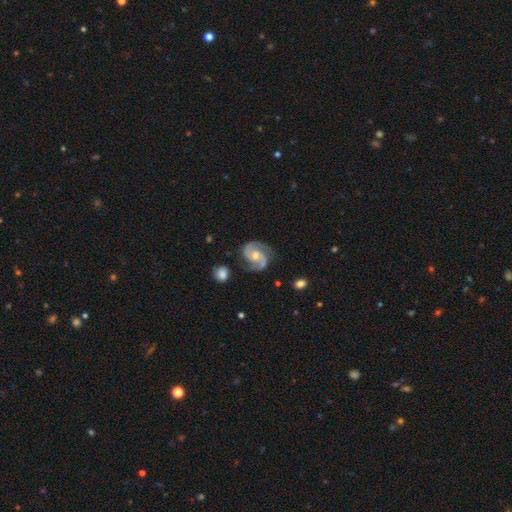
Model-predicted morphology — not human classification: Smooth or featured?
  - featured or disk: 90% *
  - smooth: 5%
  - star or artifact: 5%
Edge-on disk?
  - no: 98% *
  - yes: 2%
Bar?
  - no: 55% *
  - weak: 35%
  - strong: 10%
Spiral arms?
  - yes: 98% *
  - no: 2%
Spiral winding?
  - medium: 57% *
  - tight: 28%
  - loose: 15%
Spiral arm count?
  - 2: 92% *
  - 3: 3%
  - can't tell: 2%
  - 1: 1%
  - 4: 1%
  - more than 4: 1%
Bulge size?
  - moderate: 55% *
  - small: 40%
  - large: 2%
  - none: 2%
  - dominant: 1%
Merging?
  - none: 77% *
  - minor disturbance: 16%
  - major disturbance: 5%
  - merger: 2%